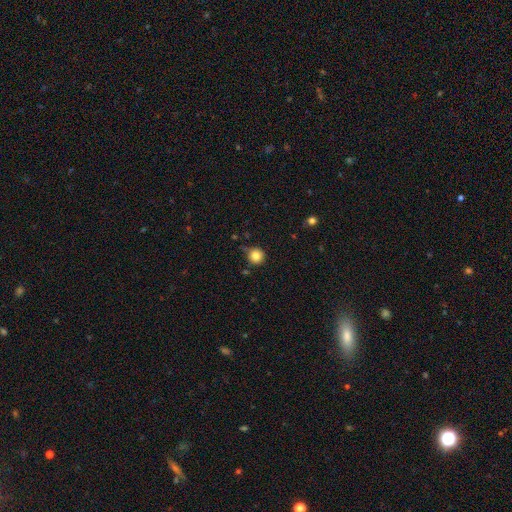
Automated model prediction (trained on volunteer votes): This appears to be a smooth galaxy with no disk features (83%) that is round (95%). Merging: none (81%).